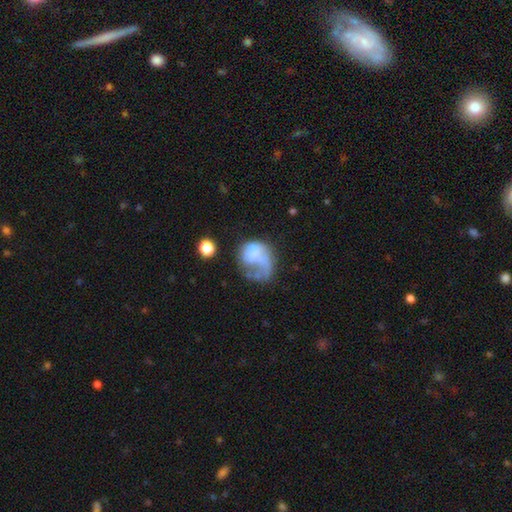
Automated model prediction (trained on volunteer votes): A featured or disk galaxy (45%). Merging: major disturbance (45%).